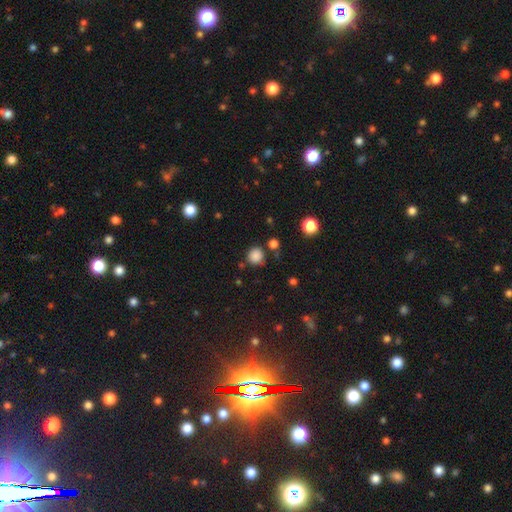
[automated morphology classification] A smooth galaxy with no disk features (84%) that is round (91%). Merging: none (79%).